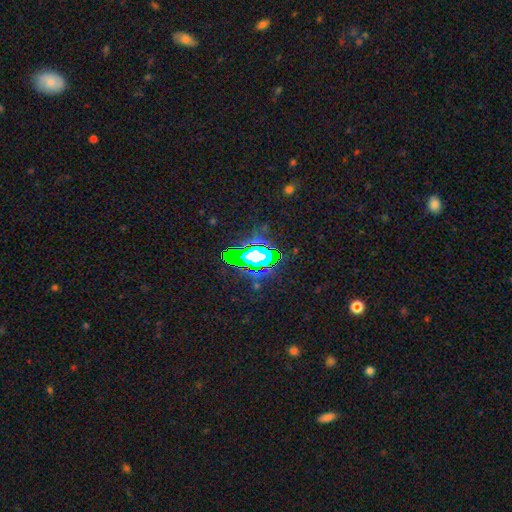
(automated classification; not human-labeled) smooth-or-featured: star or artifact: 63% | smooth: 20% | featured or disk: 17%